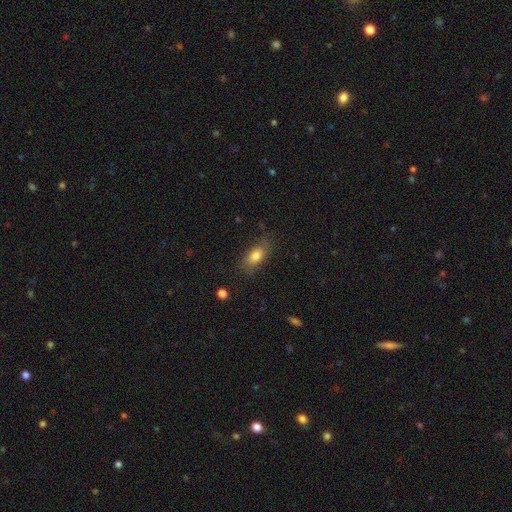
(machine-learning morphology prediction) Overall: smooth (79%). How rounded: in between (82%). Merging: none (75%).